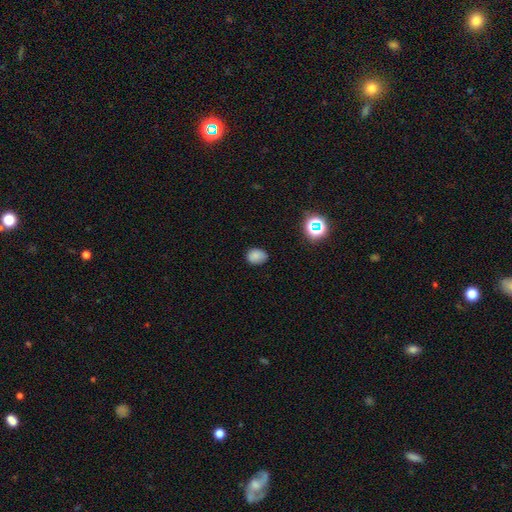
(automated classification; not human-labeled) smooth_or_featured: smooth (p=0.80) [alt: star or artifact p=0.14]
how_rounded: in between (p=0.57) [alt: round p=0.42]
merging: none (p=0.78) [alt: minor disturbance p=0.18]